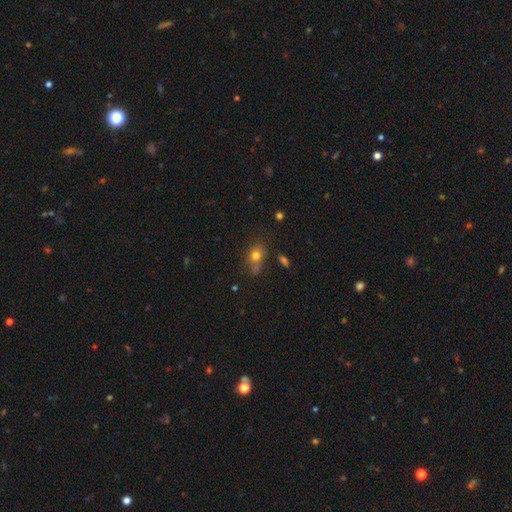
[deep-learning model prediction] A smooth galaxy with no disk features (76%) that is in between round and cigar-shaped (56%).

Vote fractions:
- Smooth or featured? smooth: 76% / star or artifact: 13% / featured or disk: 11%
- How rounded? in between: 56% / round: 42% / cigar-shaped: 2%
- Merging? none: 56% / minor disturbance: 22% / merger: 13% / major disturbance: 9%